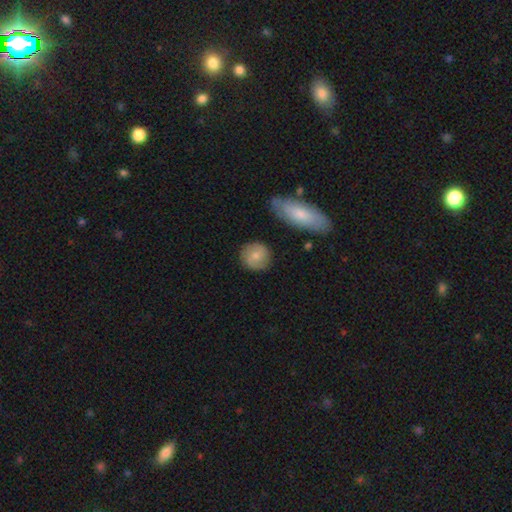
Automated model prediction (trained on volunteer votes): Overall: smooth (59%; featured or disk 34%). How rounded: round (86%). Merging: none (83%).